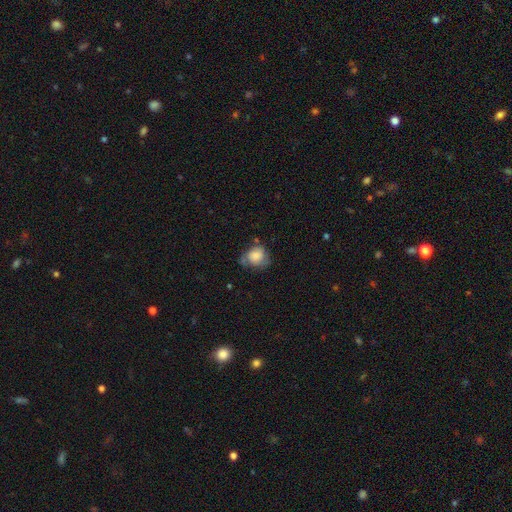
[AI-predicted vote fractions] Morphology: type=smooth (71%); roundness=round (60%); merging=none (40%).